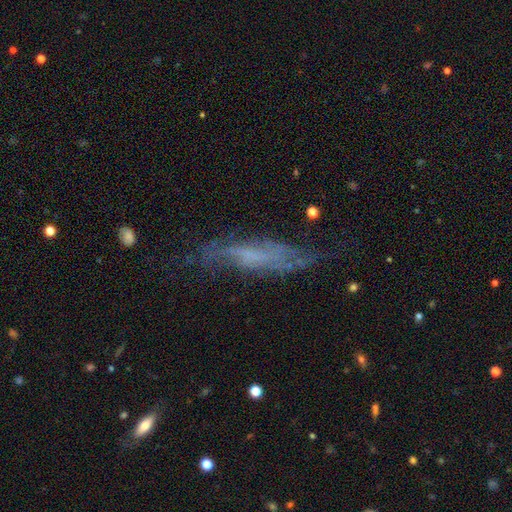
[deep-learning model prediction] smooth-or-featured: featured or disk: 59% | smooth: 29% | star or artifact: 12%
  disk-edge-on: no: 58% | yes: 42%
  merging: none: 59% | minor disturbance: 24% | major disturbance: 14% | merger: 3%